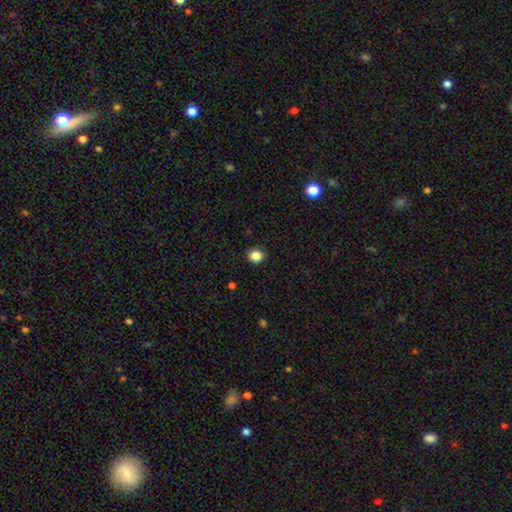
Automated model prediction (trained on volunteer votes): smooth 86%, star or artifact 11%, featured or disk 4%. Down the decision tree: how rounded — round (81%); merging — none (91%).